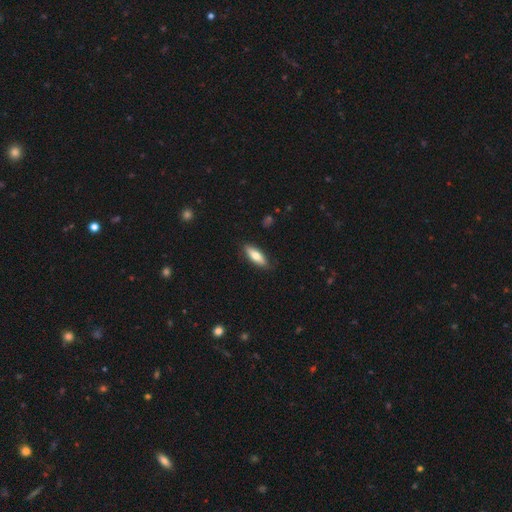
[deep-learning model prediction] Smooth or featured?
  - smooth: 73% *
  - featured or disk: 21%
  - star or artifact: 6%
How rounded?
  - in between: 56% *
  - cigar-shaped: 42%
  - round: 2%
Merging?
  - none: 87% *
  - minor disturbance: 10%
  - major disturbance: 2%
  - merger: 1%